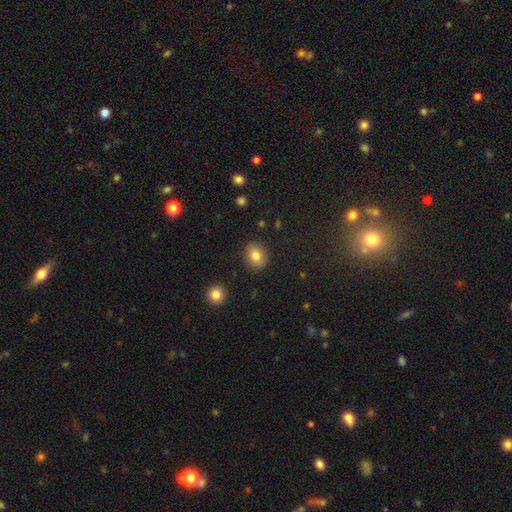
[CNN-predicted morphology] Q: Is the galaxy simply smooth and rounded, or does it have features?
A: smooth — 81%.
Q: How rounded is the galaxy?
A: round — 60%.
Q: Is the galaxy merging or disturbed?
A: none — 88%.